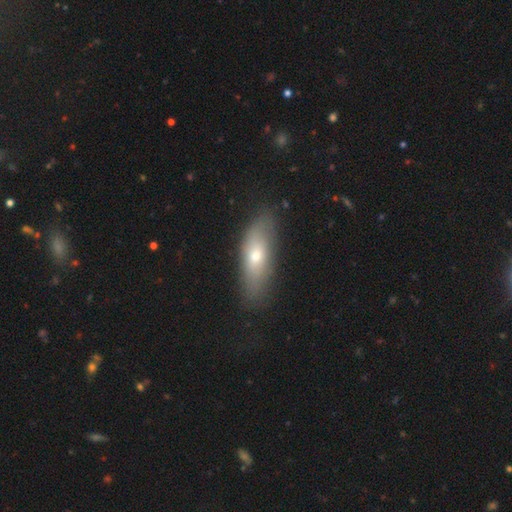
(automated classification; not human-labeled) Overall: smooth (59%; featured or disk 33%). How rounded: in between (57%; cigar-shaped 39%). Merging: none (80%).